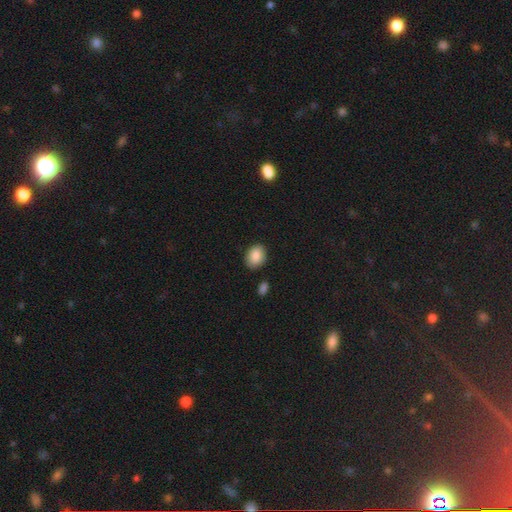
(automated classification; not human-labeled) smooth 88%, star or artifact 7%, featured or disk 5%. Down the decision tree: how rounded — in between (69%); merging — none (84%).